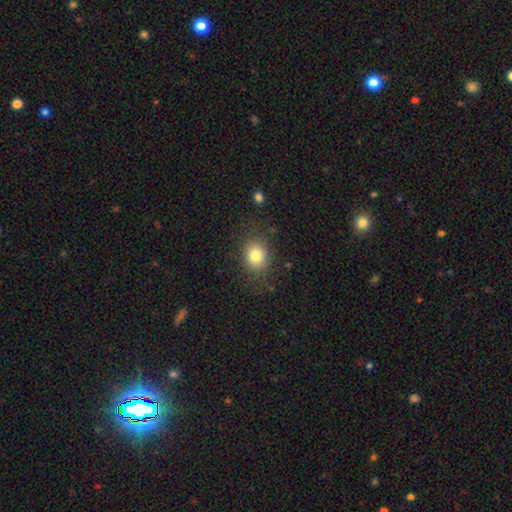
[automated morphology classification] Smooth or featured? Predicted: smooth (p=0.79). How rounded? Predicted: round (p=0.58). Merging? Predicted: none (p=0.79).